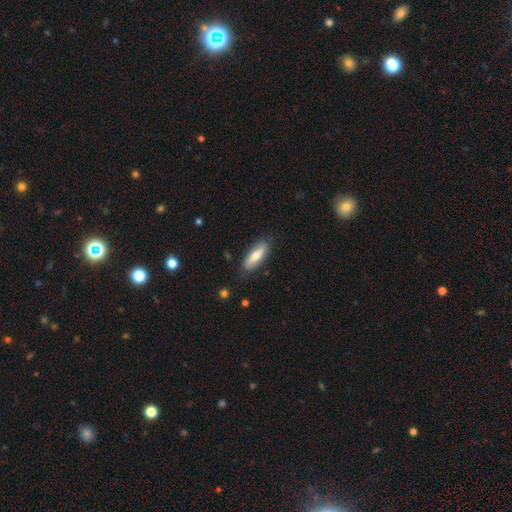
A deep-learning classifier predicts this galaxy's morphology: Smooth or featured? smooth (64%)
How rounded? in between (60%)
Merging? none (83%)